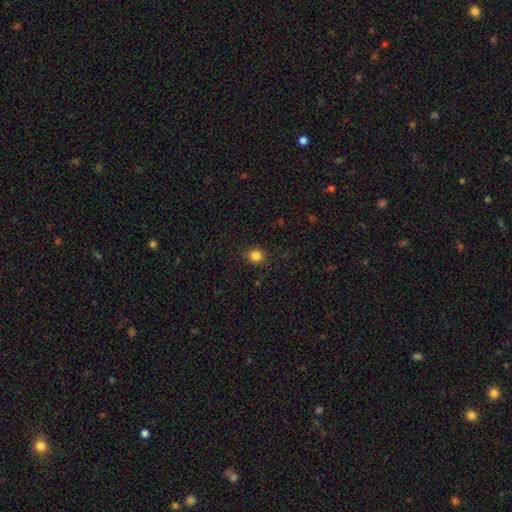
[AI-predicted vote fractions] Smooth or featured?
  - smooth: 84% *
  - star or artifact: 12%
  - featured or disk: 4%
How rounded?
  - round: 79% *
  - in between: 20%
  - cigar-shaped: 1%
Merging?
  - none: 88% *
  - minor disturbance: 8%
  - major disturbance: 2%
  - merger: 1%